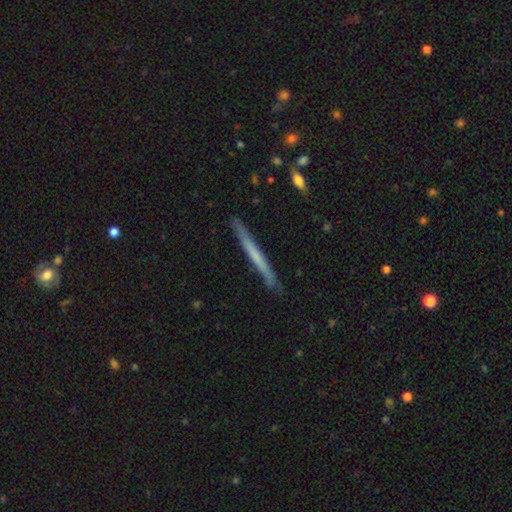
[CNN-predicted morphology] smooth-or-featured: smooth: 48% | featured or disk: 46% | star or artifact: 6%
  merging: none: 87% | minor disturbance: 10% | major disturbance: 2% | merger: 1%